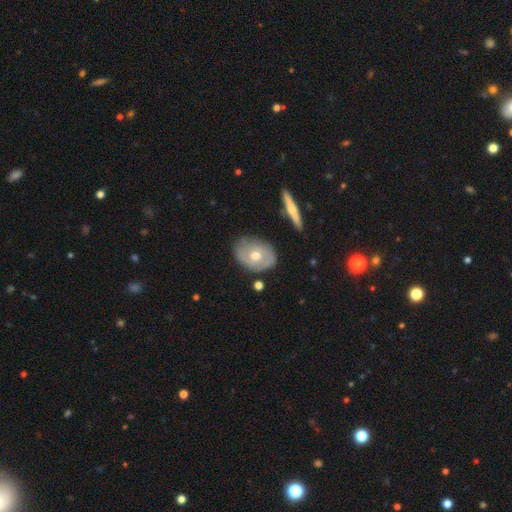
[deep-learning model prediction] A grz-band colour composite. It shows a featured or disk galaxy (59%) with no bar (80%), spiral arms (53%) and a moderate central bulge (74%). Merging: none (75%).